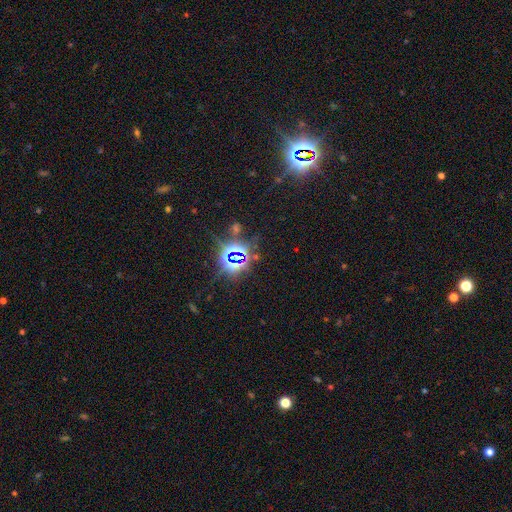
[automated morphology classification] Overall: star or artifact (82%).